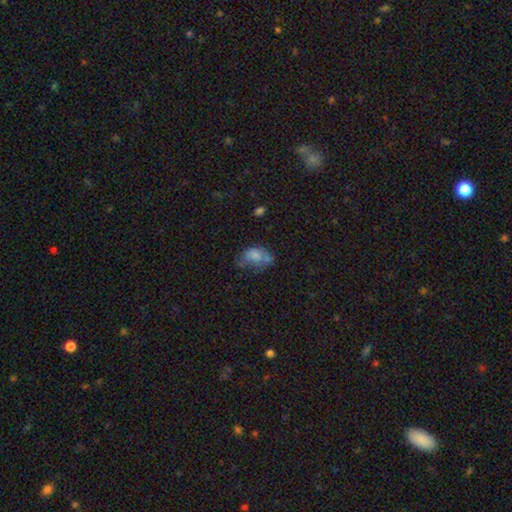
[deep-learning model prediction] Q: Smooth or featured?
A: smooth (66%); runner-up: featured or disk (23%)
Q: How rounded?
A: in between (81%); runner-up: round (17%)
Q: Merging?
A: none (33%); runner-up: minor disturbance (29%)